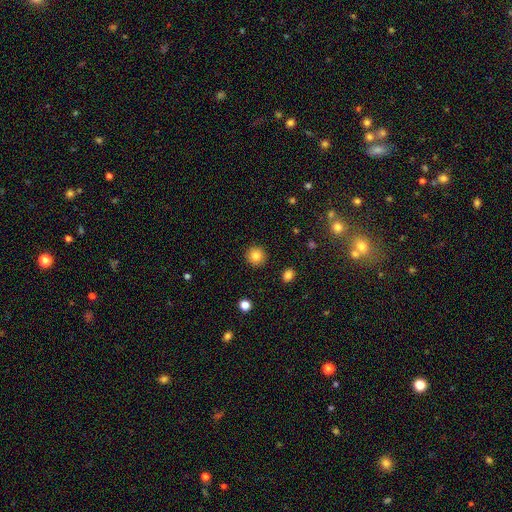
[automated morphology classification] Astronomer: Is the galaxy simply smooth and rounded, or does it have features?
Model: smooth — 84%.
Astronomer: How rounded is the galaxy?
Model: round — 95%.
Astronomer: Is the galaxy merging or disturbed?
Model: none — 92%.